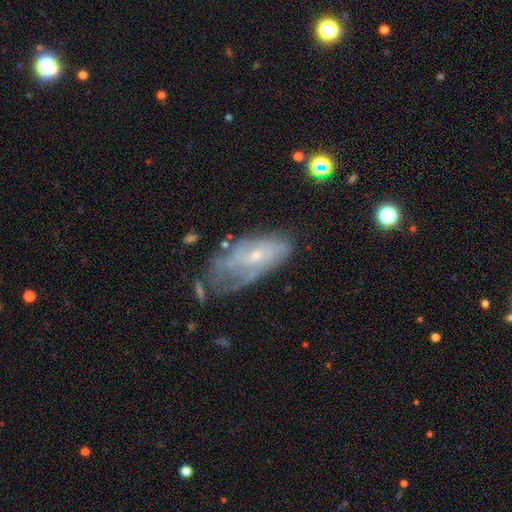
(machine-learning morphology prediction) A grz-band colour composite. It shows a featured or disk galaxy (67%) with no bar (69%), spiral arms (71%) and a small central bulge (68%). Merging: none (39%).